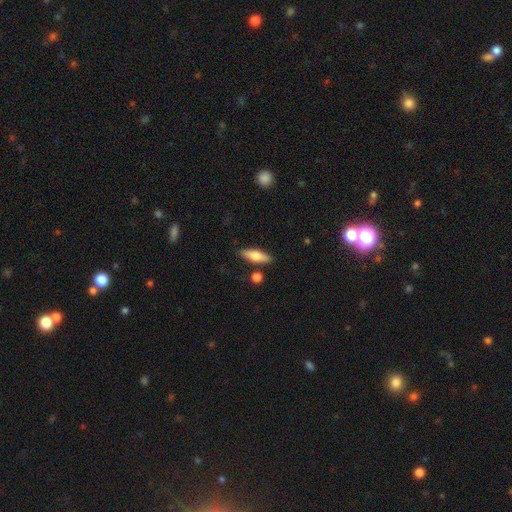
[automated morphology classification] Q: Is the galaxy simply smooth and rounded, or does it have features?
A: smooth — 57%.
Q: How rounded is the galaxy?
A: cigar-shaped — 51%.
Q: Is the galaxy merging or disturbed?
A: none — 83%.